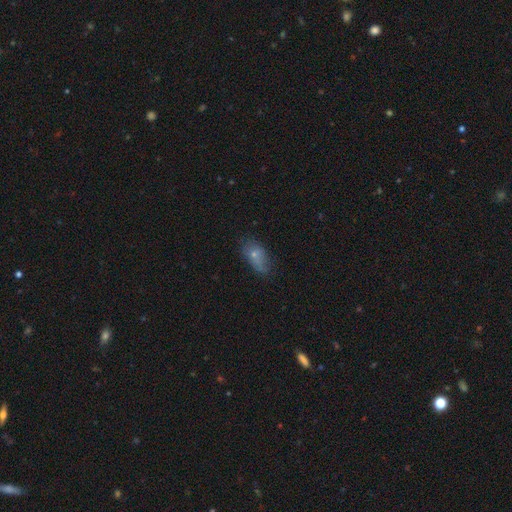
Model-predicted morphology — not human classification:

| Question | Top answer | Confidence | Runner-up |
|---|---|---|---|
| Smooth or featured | smooth | 67% | featured or disk (22%) |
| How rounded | in between | 88% | round (7%) |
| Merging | none | 49% | minor disturbance (32%) |